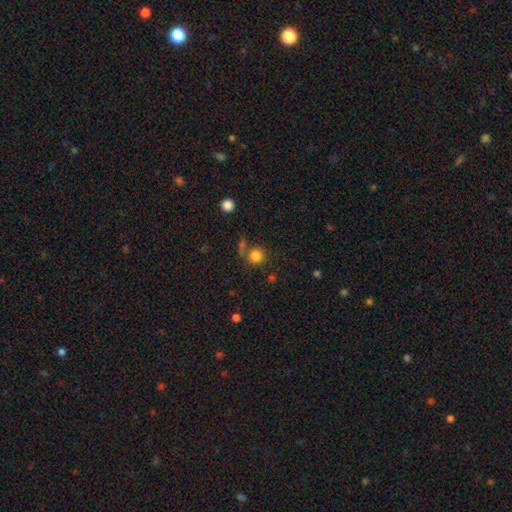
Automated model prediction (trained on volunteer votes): Q: Smooth or featured?
A: smooth (82%); runner-up: star or artifact (11%)
Q: How rounded?
A: round (89%); runner-up: in between (10%)
Q: Merging?
A: none (63%); runner-up: merger (18%)